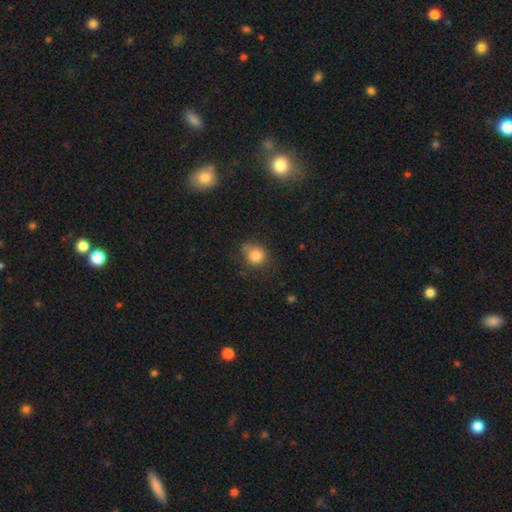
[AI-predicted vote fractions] Morphology: type=smooth (83%); roundness=round (83%); merging=none (73%).